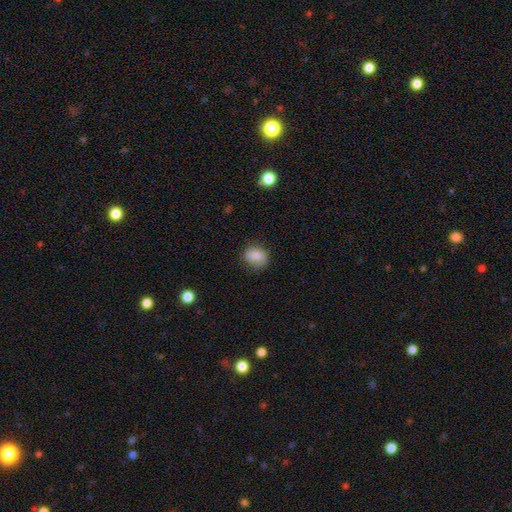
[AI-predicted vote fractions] Smooth or featured? smooth (79%)
How rounded? round (68%)
Merging? none (73%)